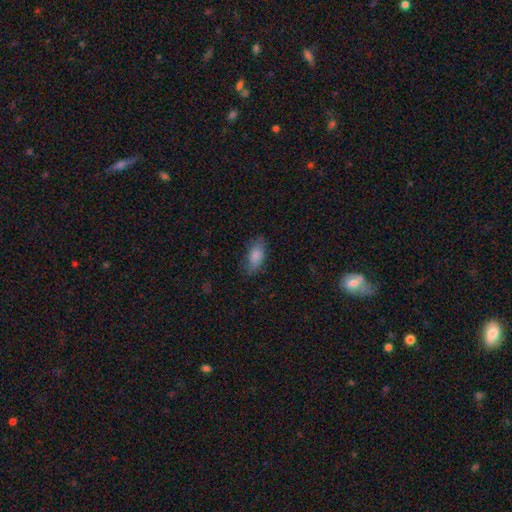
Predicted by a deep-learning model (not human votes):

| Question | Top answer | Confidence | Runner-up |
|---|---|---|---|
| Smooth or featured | smooth | 82% | featured or disk (10%) |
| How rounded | in between | 89% | cigar-shaped (7%) |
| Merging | none | 74% | minor disturbance (19%) |